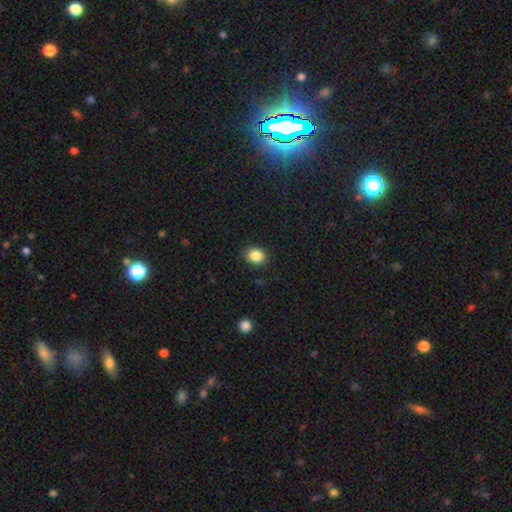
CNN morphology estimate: This is clearly a smooth galaxy (86%). How rounded: possibly round (59%). Merging: clearly none (89%).